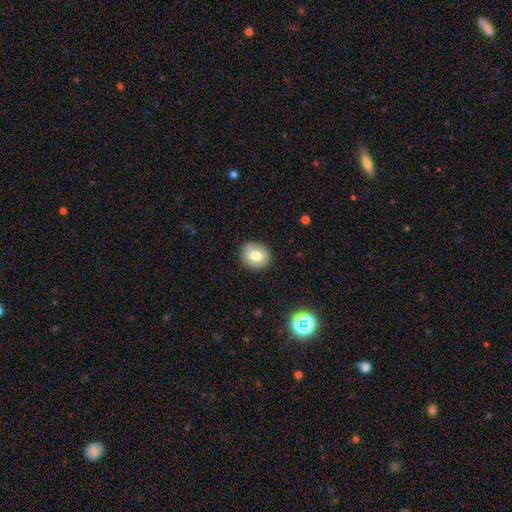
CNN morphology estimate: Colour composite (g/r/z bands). It shows a smooth galaxy with no disk features (74%) that is round (82%). Merging: none (88%).